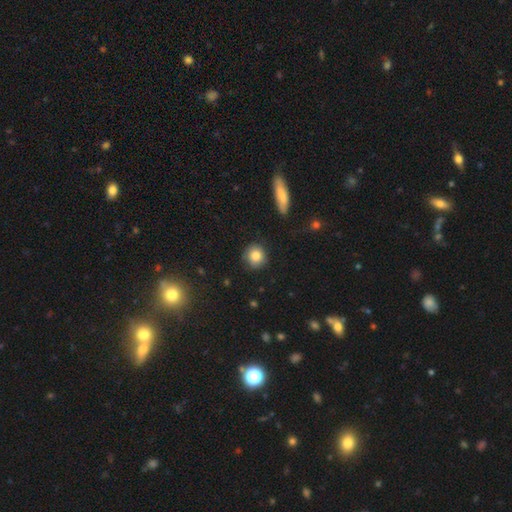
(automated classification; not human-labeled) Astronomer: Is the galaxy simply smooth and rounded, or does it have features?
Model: smooth — 83%.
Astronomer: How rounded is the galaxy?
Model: round — 88%.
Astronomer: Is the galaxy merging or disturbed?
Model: none — 82%.